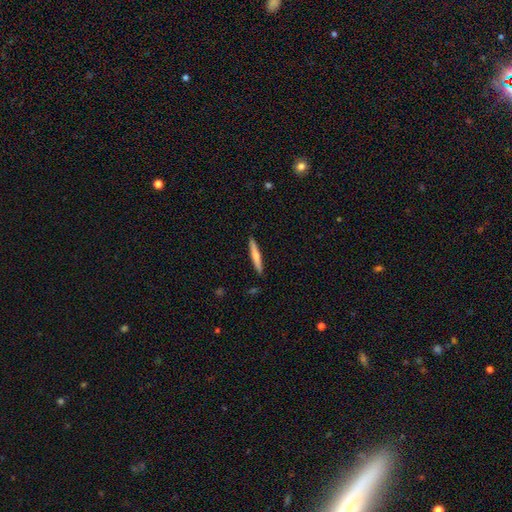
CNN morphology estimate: smooth-or-featured: smooth: 58% | featured or disk: 37% | star or artifact: 5%
  how-rounded: cigar-shaped: 94% | in between: 4% | round: 1%
  merging: none: 90% | minor disturbance: 7% | major disturbance: 1% | merger: 1%